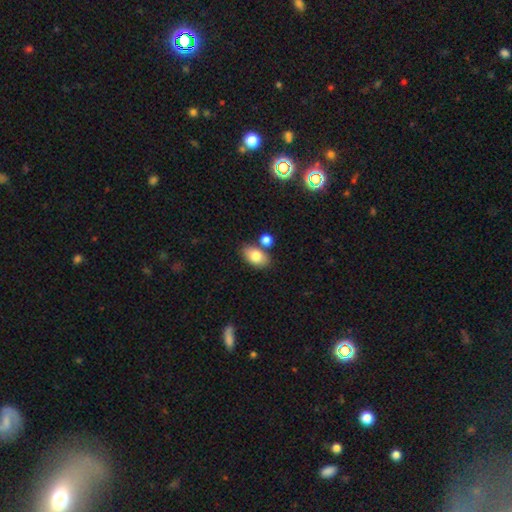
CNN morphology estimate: A smooth galaxy with no disk features (82%) that is in between round and cigar-shaped (88%). Merging: none (70%).